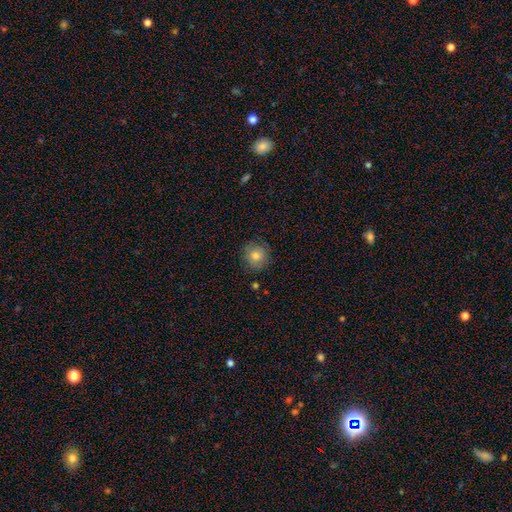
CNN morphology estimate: Q: Smooth or featured?
A: smooth (78%); runner-up: featured or disk (12%)
Q: How rounded?
A: round (92%); runner-up: in between (7%)
Q: Merging?
A: none (84%); runner-up: minor disturbance (11%)